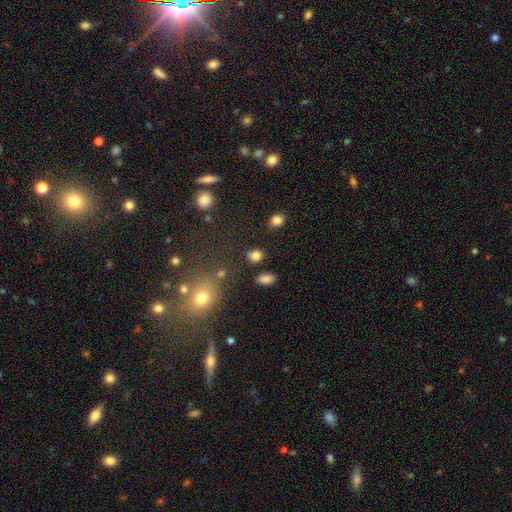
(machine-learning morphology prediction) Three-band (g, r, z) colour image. It shows a smooth galaxy with no disk features (81%) that is round (51%). Merging: none (74%).